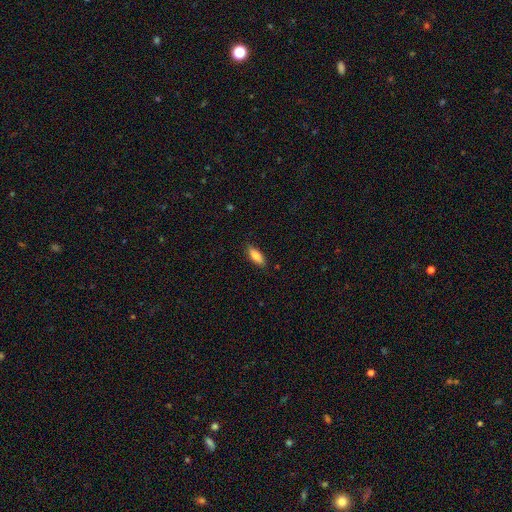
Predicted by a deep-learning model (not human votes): smooth_or_featured: smooth (p=0.82) [alt: featured or disk p=0.11]
how_rounded: in between (p=0.73) [alt: cigar-shaped p=0.25]
merging: none (p=0.86) [alt: minor disturbance p=0.11]